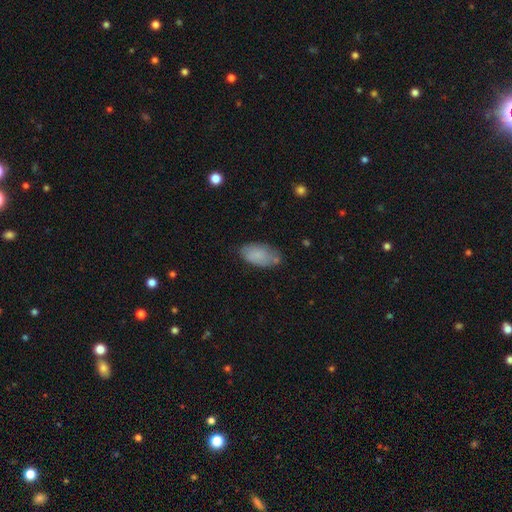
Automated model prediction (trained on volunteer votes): A smooth galaxy with no disk features (81%) that is in between round and cigar-shaped (93%). Merging: none (69%).